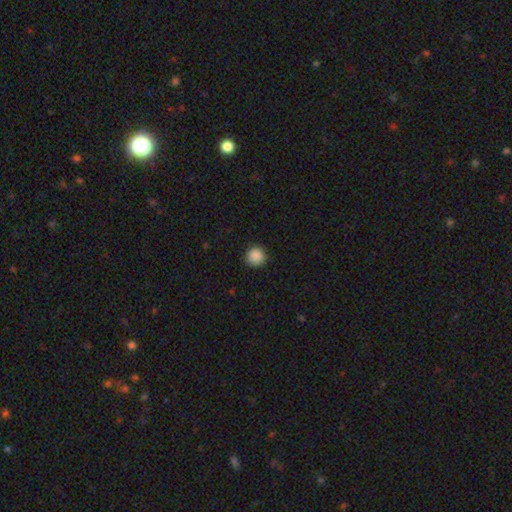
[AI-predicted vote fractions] smooth_or_featured: smooth (p=0.89) [alt: star or artifact p=0.09]
how_rounded: round (p=0.93) [alt: in between p=0.06]
merging: none (p=0.89) [alt: minor disturbance p=0.08]